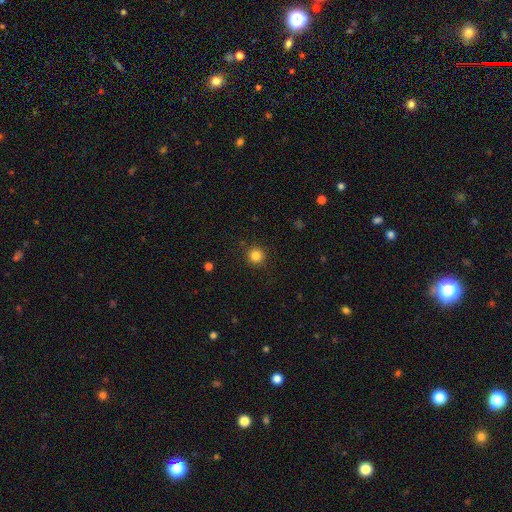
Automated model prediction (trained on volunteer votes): Q: Smooth or featured?
A: smooth (84%); runner-up: star or artifact (12%)
Q: How rounded?
A: round (95%); runner-up: in between (4%)
Q: Merging?
A: none (91%); runner-up: minor disturbance (6%)